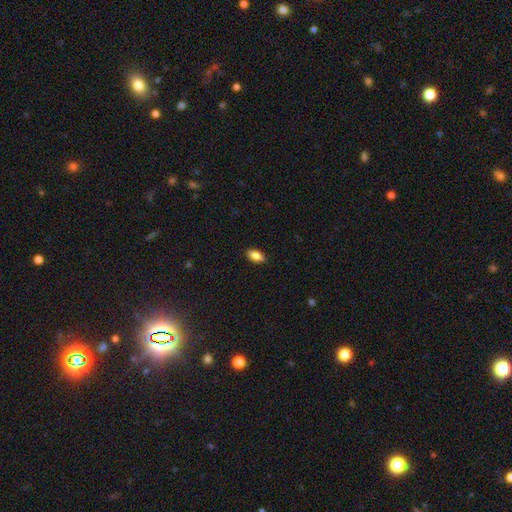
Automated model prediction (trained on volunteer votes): Smooth or featured?
  - smooth: 84% *
  - featured or disk: 8%
  - star or artifact: 8%
How rounded?
  - in between: 91% *
  - cigar-shaped: 5%
  - round: 4%
Merging?
  - none: 89% *
  - minor disturbance: 8%
  - major disturbance: 2%
  - merger: 1%